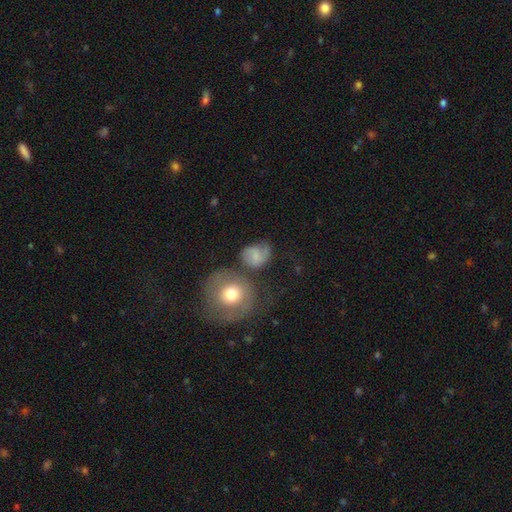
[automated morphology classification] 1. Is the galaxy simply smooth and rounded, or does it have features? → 50% smooth, 40% featured or disk, 10% star or artifact.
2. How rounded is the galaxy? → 64% round, 35% in between, 1% cigar-shaped.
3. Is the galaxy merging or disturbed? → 49% none, 24% minor disturbance, 14% major disturbance, 12% merger.